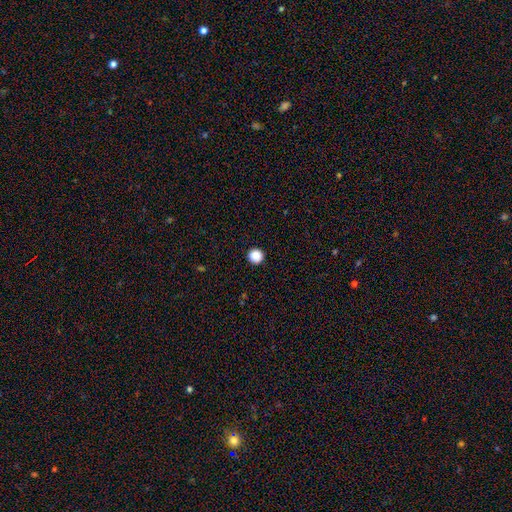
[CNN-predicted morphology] Q: Smooth or featured?
A: smooth (88%); runner-up: star or artifact (10%)
Q: How rounded?
A: round (96%); runner-up: in between (4%)
Q: Merging?
A: none (93%); runner-up: minor disturbance (4%)